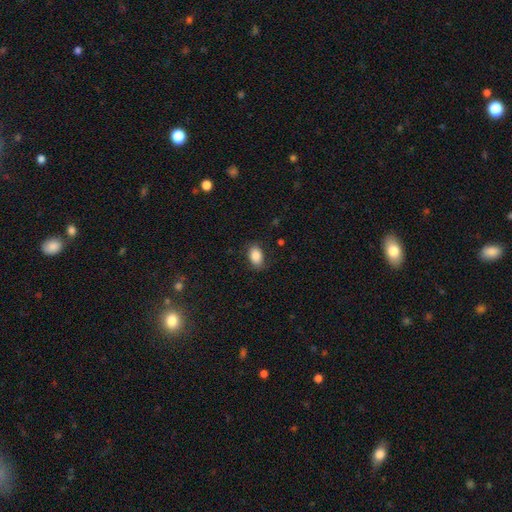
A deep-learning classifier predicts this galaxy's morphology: Q: Smooth or featured?
A: smooth (86%); runner-up: star or artifact (8%)
Q: How rounded?
A: in between (86%); runner-up: round (12%)
Q: Merging?
A: none (80%); runner-up: minor disturbance (15%)